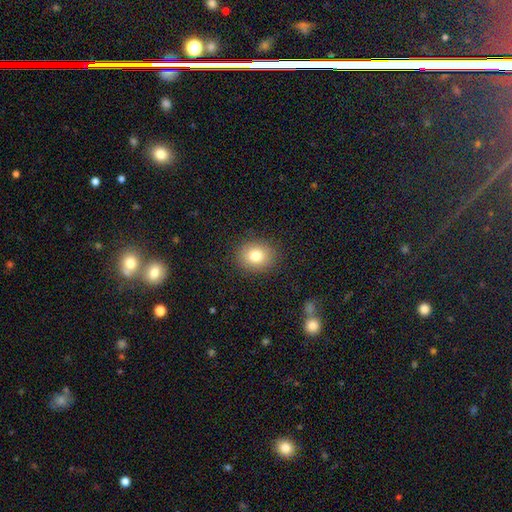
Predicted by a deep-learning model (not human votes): A smooth galaxy with no disk features (80%) that is round (64%). Merging: none (88%).